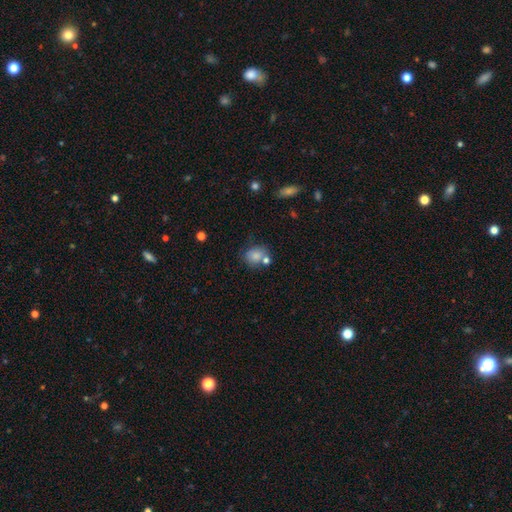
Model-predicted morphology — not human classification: Smooth or featured? Predicted: smooth (p=0.81). How rounded? Predicted: round (p=0.58). Merging? Predicted: none (p=0.60).